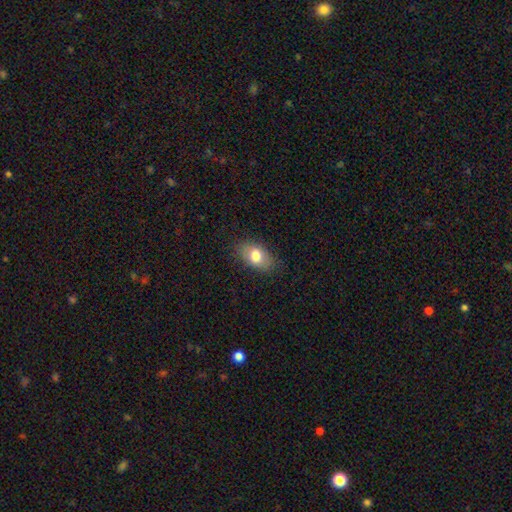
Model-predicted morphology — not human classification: Overall: smooth (76%). How rounded: in between (90%). Merging: none (81%).